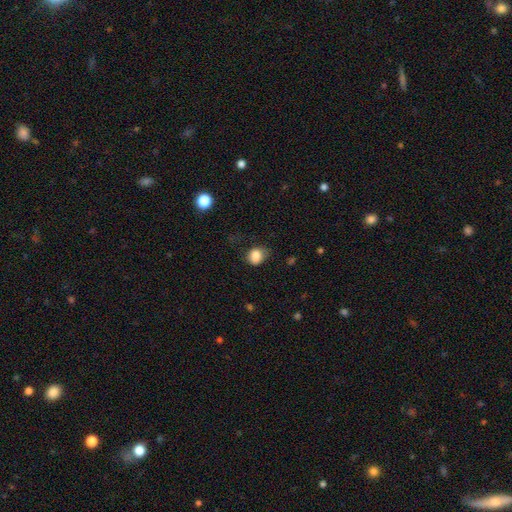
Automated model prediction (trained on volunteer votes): Smooth or featured? Predicted: smooth (p=0.84). How rounded? Predicted: round (p=0.55). Merging? Predicted: none (p=0.56).